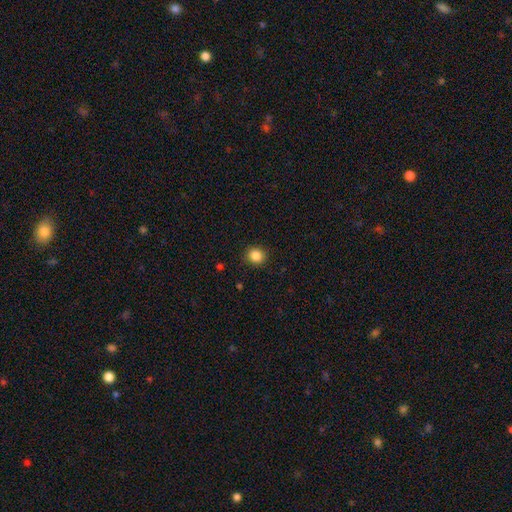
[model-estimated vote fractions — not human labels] Smooth or featured: smooth — 86% (star or artifact — 10%)
How rounded: round — 87% (in between — 13%)
Merging: none — 90% (minor disturbance — 7%)